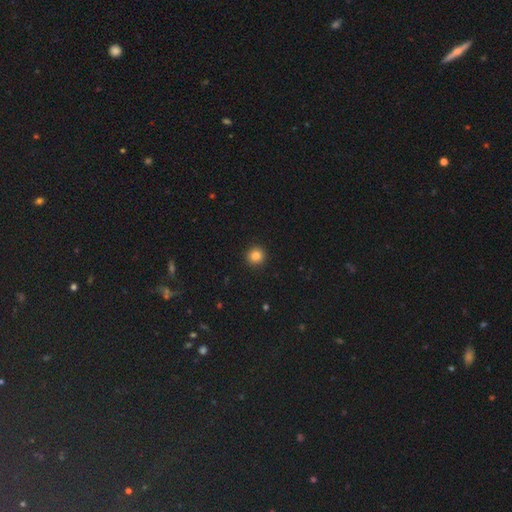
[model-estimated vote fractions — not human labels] Smooth or featured? smooth (84%)
How rounded? round (95%)
Merging? none (93%)